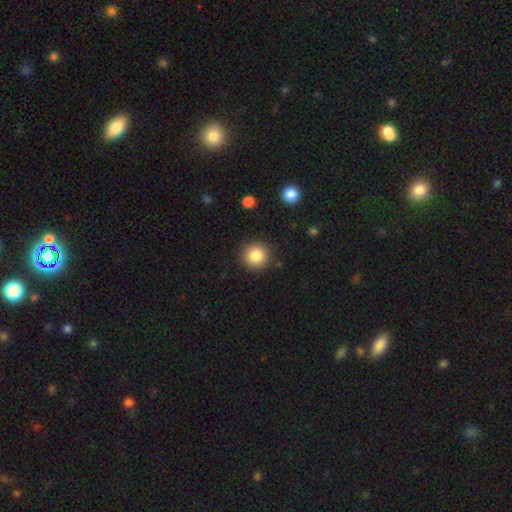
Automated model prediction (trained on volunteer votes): Smooth or featured? Predicted: smooth (p=0.85). How rounded? Predicted: round (p=0.95). Merging? Predicted: none (p=0.89).